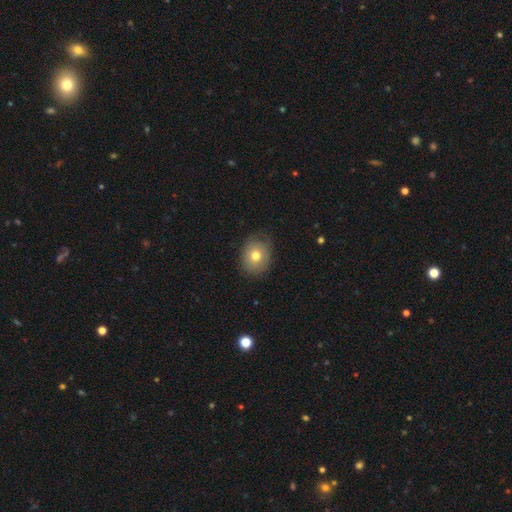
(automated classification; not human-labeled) The model was most divided on "how rounded": round: 55%, in between: 44%, cigar-shaped: 1%. More confident: merging — none (77%); smooth or featured — smooth (73%).